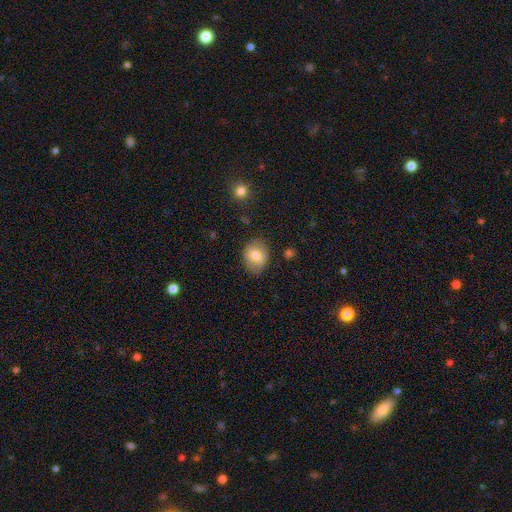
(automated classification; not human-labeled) A smooth galaxy with no disk features (76%) that is in between round and cigar-shaped (58%).

Vote fractions:
- Smooth or featured? smooth: 76% / featured or disk: 16% / star or artifact: 8%
- How rounded? in between: 58% / round: 41% / cigar-shaped: 1%
- Merging? none: 81% / minor disturbance: 14% / major disturbance: 4% / merger: 1%